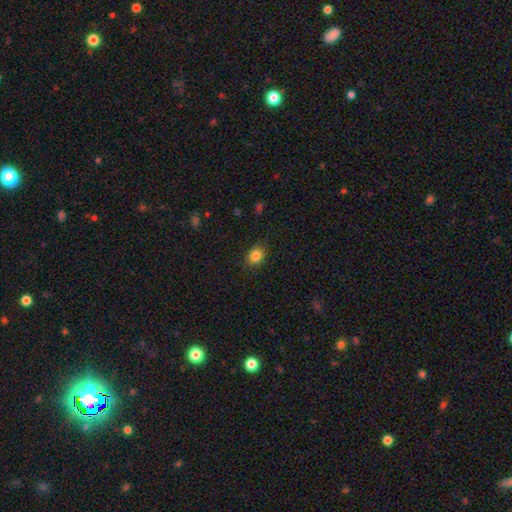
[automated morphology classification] The model was most divided on "how rounded": round: 57%, in between: 42%, cigar-shaped: 1%. More confident: merging — none (87%); smooth or featured — smooth (84%).